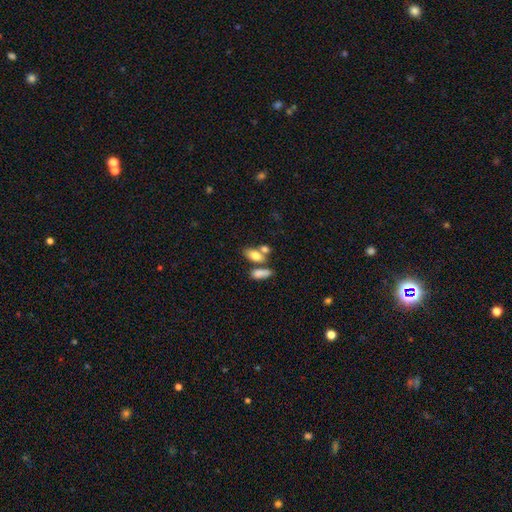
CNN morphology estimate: The model was most divided on "merging": none: 49%, merger: 35%, minor disturbance: 11%, major disturbance: 5%. More confident: how rounded — in between (83%); smooth or featured — smooth (78%).